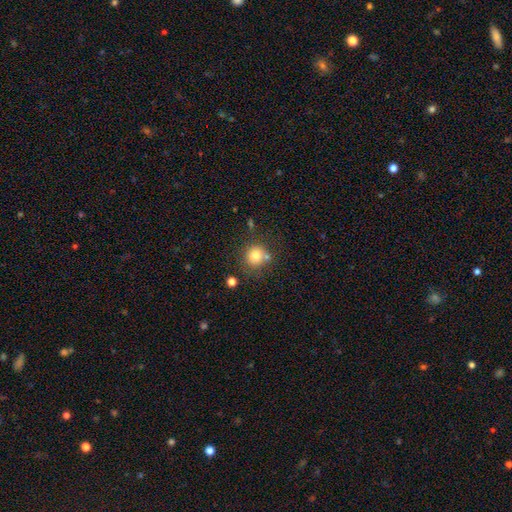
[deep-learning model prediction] Q: Smooth or featured?
A: smooth (78%); runner-up: star or artifact (12%)
Q: How rounded?
A: round (88%); runner-up: in between (11%)
Q: Merging?
A: none (67%); runner-up: merger (15%)